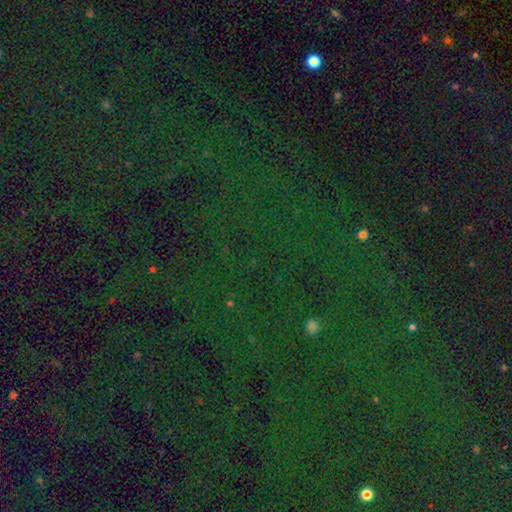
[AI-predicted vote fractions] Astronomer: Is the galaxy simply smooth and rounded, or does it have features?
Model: star or artifact — 82%.